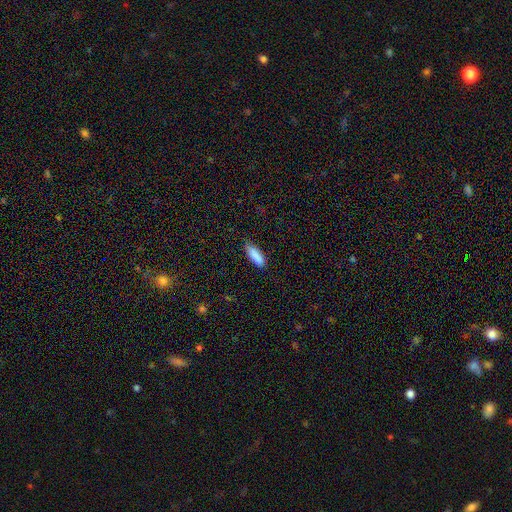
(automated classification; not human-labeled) Smooth or featured? smooth (87%)
How rounded? in between (54%)
Merging? none (78%)